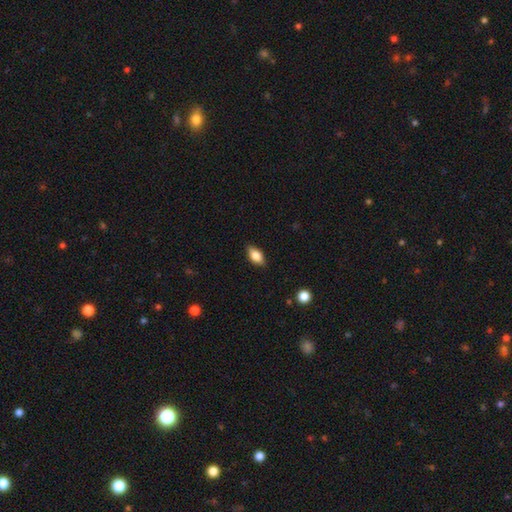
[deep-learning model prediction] The model was most divided on "smooth or featured": smooth: 78%, featured or disk: 15%, star or artifact: 7%. More confident: how rounded — in between (88%); merging — none (85%).